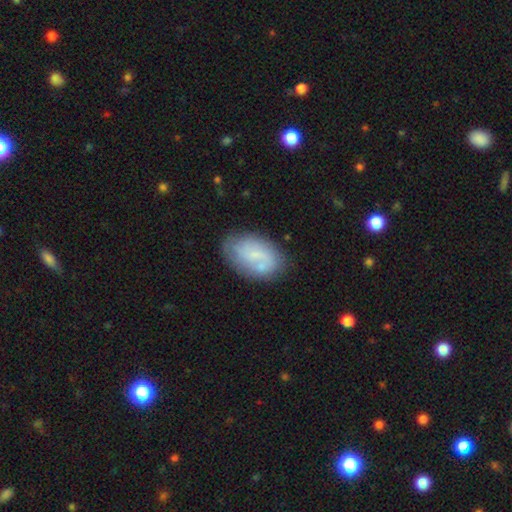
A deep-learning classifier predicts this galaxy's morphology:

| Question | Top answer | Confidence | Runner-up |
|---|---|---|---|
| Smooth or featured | smooth | 50% | featured or disk (43%) |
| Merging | none | 65% | minor disturbance (21%) |